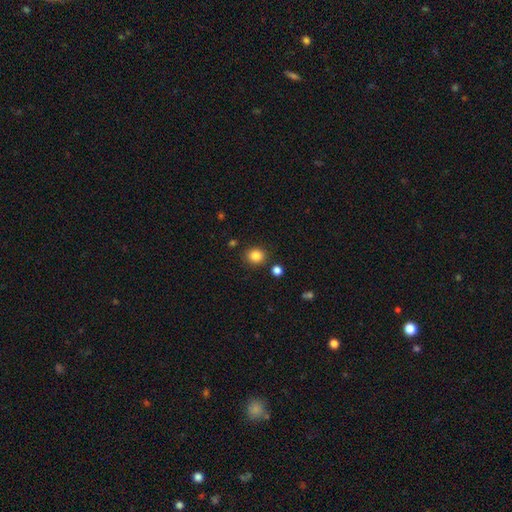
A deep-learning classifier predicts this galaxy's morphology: This is clearly a smooth galaxy (85%). How rounded: likely round (76%). Merging: clearly none (84%).